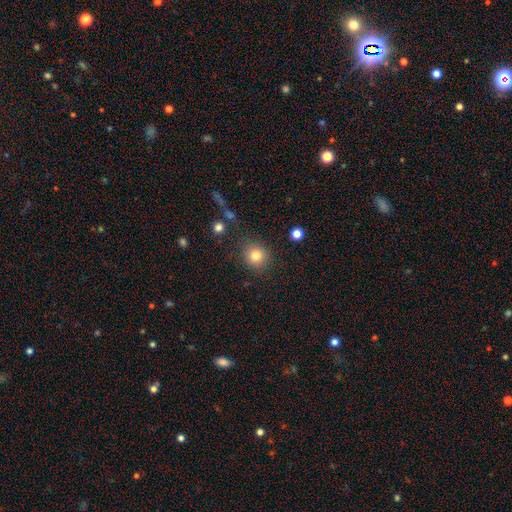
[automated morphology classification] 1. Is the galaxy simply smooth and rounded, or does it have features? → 82% smooth, 11% star or artifact, 7% featured or disk.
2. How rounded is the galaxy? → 88% round, 11% in between, 1% cigar-shaped.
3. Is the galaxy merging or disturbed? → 85% none, 9% minor disturbance, 3% major disturbance, 3% merger.